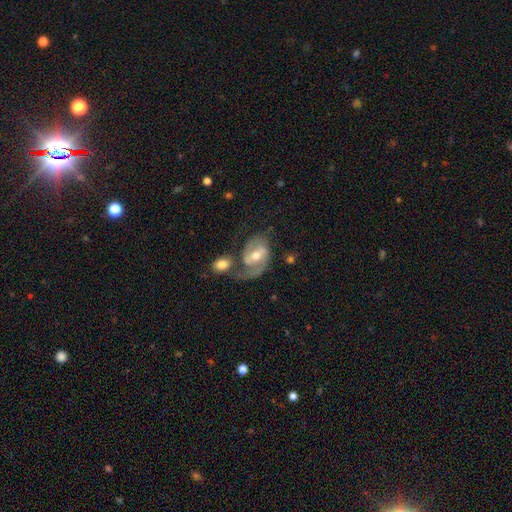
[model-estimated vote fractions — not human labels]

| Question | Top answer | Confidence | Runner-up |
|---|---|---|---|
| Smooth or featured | featured or disk | 81% | smooth (13%) |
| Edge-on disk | no | 97% | yes (3%) |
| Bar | weak | 48% | no (27%) |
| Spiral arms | yes | 92% | no (8%) |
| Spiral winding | medium | 49% | tight (26%) |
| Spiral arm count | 2 | 67% | 1 (23%) |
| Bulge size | moderate | 70% | small (23%) |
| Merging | none | 38% | merger (26%) |